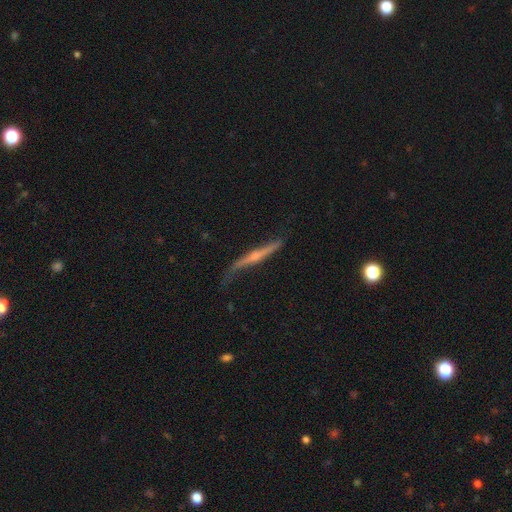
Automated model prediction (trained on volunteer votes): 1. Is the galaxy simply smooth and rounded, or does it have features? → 75% featured or disk, 18% smooth, 6% star or artifact.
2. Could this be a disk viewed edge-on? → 83% yes, 17% no.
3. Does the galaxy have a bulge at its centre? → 67% rounded, 25% none, 8% boxy.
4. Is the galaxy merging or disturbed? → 56% none, 29% minor disturbance, 12% major disturbance, 3% merger.